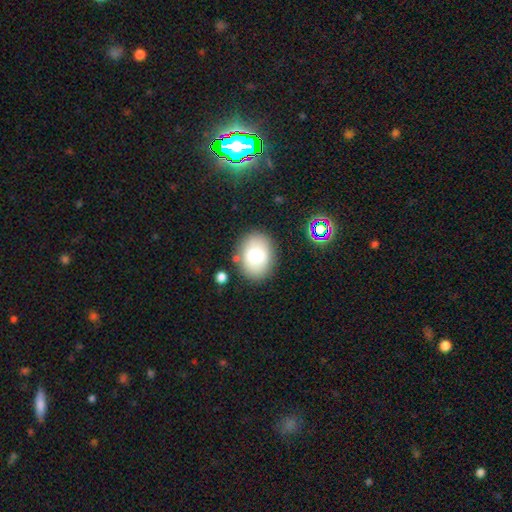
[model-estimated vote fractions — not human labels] Smooth or featured? Predicted: smooth (p=0.73). How rounded? Predicted: in between (p=0.67). Merging? Predicted: none (p=0.79).